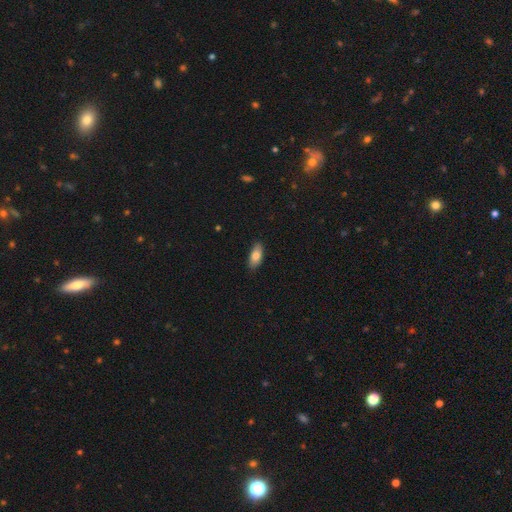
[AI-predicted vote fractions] Smooth or featured? smooth (80%)
How rounded? in between (84%)
Merging? none (86%)